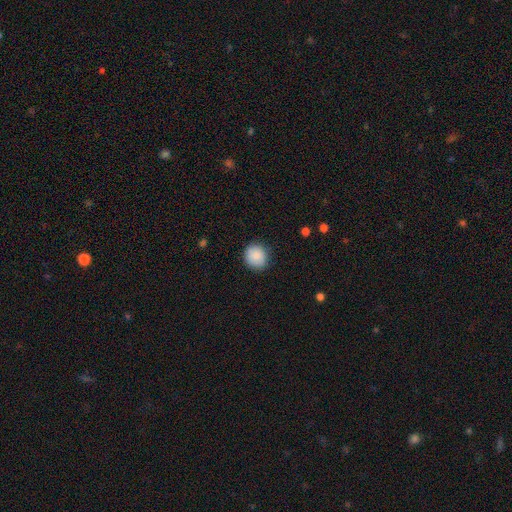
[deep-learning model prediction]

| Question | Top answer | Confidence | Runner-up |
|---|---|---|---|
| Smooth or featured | smooth | 87% | star or artifact (8%) |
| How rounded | round | 88% | in between (11%) |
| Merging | none | 86% | minor disturbance (10%) |